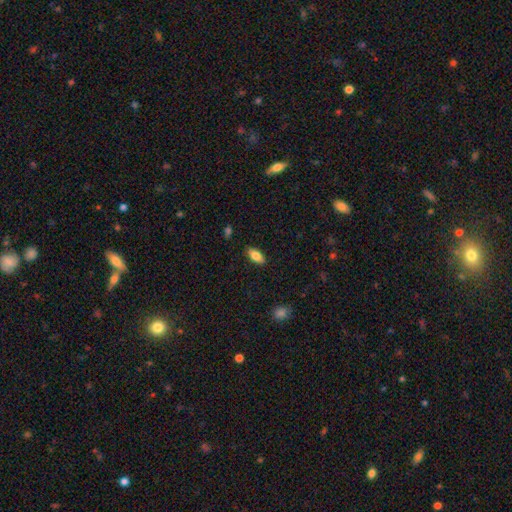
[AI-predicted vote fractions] smooth 82%, featured or disk 11%, star or artifact 7%. Down the decision tree: how rounded — in between (88%); merging — none (88%).